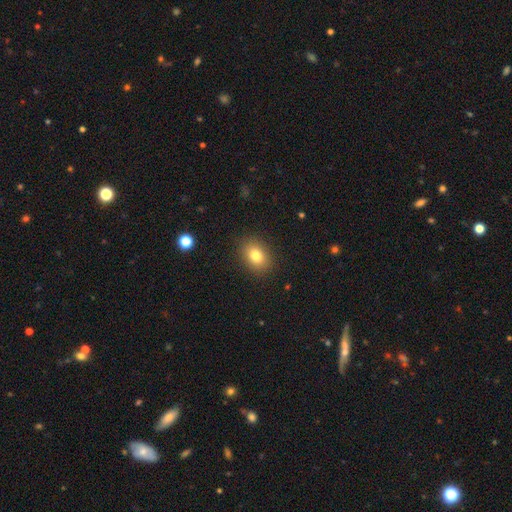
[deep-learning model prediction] This appears to be a smooth galaxy with no disk features (80%) that is in between round and cigar-shaped (63%). Merging: none (88%).